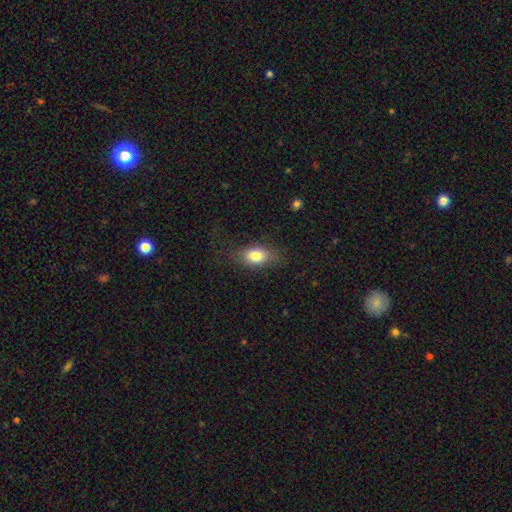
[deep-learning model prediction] Smooth or featured? Predicted: smooth (p=0.79). How rounded? Predicted: in between (p=0.78). Merging? Predicted: none (p=0.72).